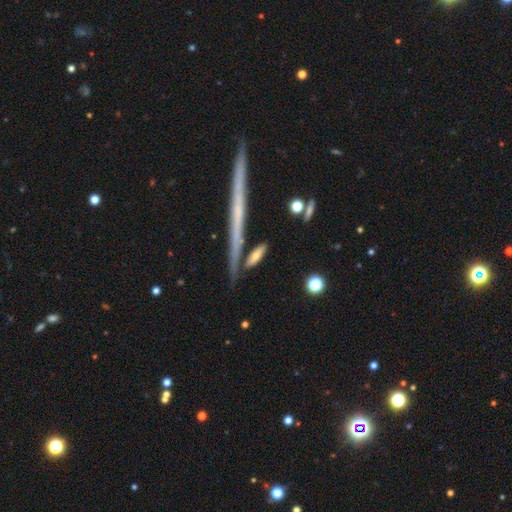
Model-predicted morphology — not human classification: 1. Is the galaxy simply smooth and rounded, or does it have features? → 66% smooth, 27% featured or disk, 7% star or artifact.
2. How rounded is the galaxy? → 50% in between, 46% cigar-shaped, 4% round.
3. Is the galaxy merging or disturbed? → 71% none, 15% minor disturbance, 9% merger, 5% major disturbance.